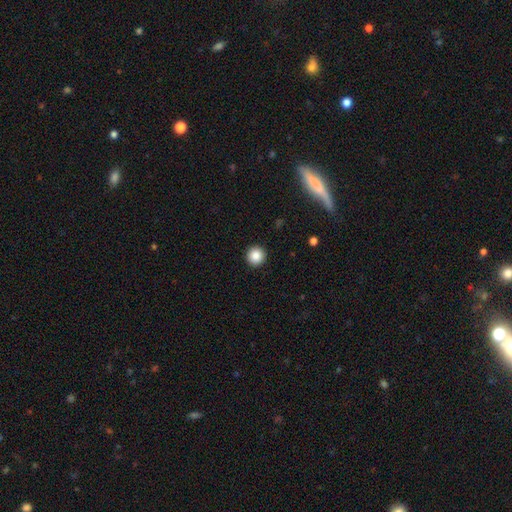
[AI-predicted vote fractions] This appears to be a smooth galaxy with no disk features (87%) that is round (95%). Merging: none (93%).